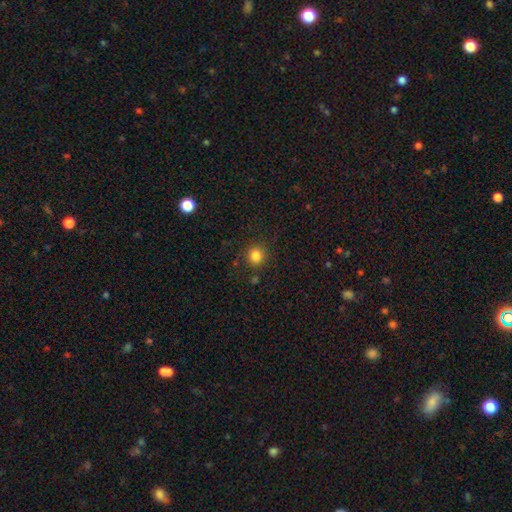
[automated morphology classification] Smooth or featured? smooth (83%)
How rounded? round (91%)
Merging? none (86%)